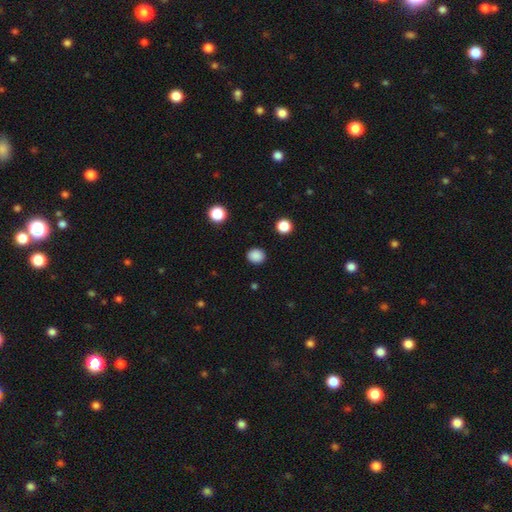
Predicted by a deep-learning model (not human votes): A smooth galaxy with no disk features (87%) that is round (76%). Merging: none (90%).